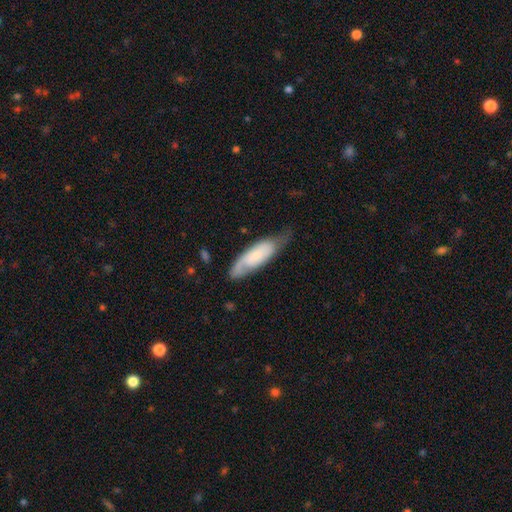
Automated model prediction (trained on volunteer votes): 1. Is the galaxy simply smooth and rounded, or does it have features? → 47% featured or disk (tied), 47% smooth (tied), 6% star or artifact.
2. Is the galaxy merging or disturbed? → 51% none, 33% minor disturbance, 14% major disturbance, 2% merger.